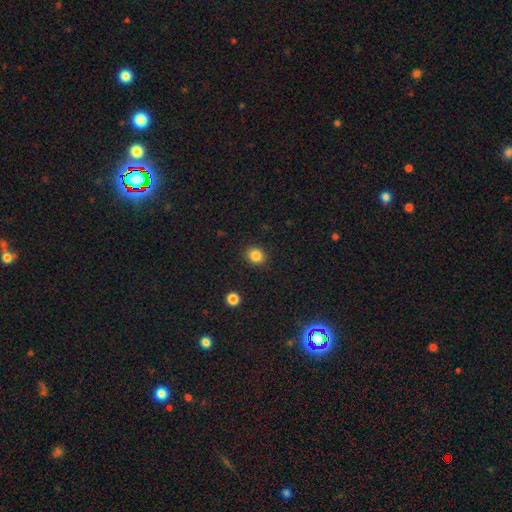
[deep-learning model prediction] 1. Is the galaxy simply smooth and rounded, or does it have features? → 85% smooth, 11% star or artifact, 4% featured or disk.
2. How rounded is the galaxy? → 73% round, 26% in between, 1% cigar-shaped.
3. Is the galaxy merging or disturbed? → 90% none, 7% minor disturbance, 2% major disturbance, 1% merger.